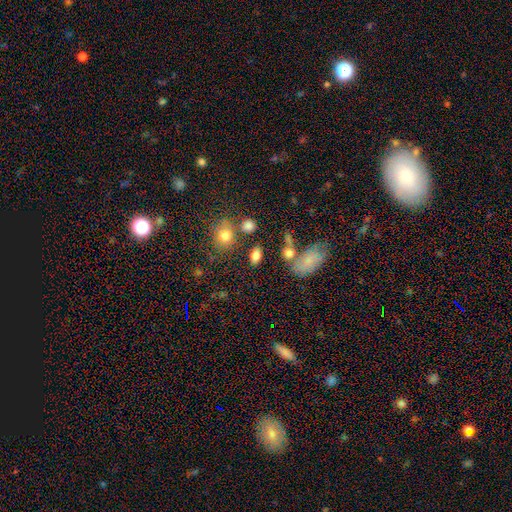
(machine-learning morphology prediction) smooth 78%, star or artifact 12%, featured or disk 10%. Down the decision tree: how rounded — in between (85%); merging — none (72%).